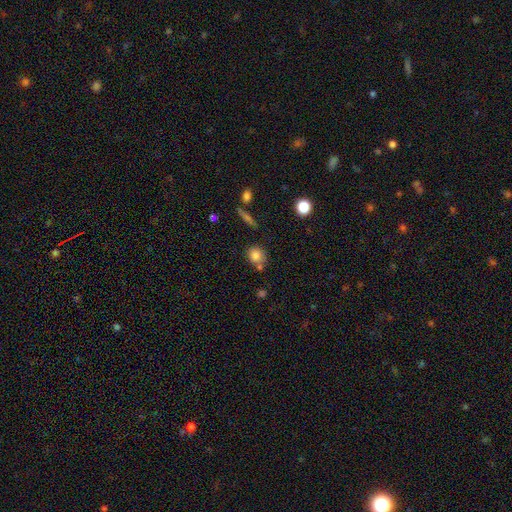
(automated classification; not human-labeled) A smooth galaxy with no disk features (80%) that is round (79%).

Vote fractions:
- Smooth or featured? smooth: 80% / star or artifact: 11% / featured or disk: 9%
- How rounded? round: 79% / in between: 20% / cigar-shaped: 2%
- Merging? none: 65% / merger: 17% / minor disturbance: 14% / major disturbance: 4%